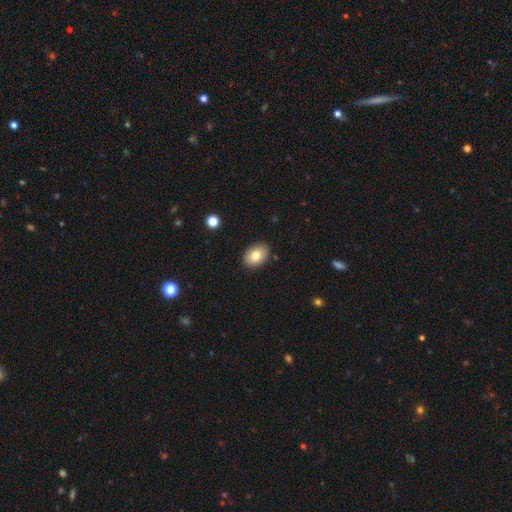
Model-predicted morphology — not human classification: smooth_or_featured: smooth (p=0.80) [alt: featured or disk p=0.12]
how_rounded: in between (p=0.76) [alt: round p=0.24]
merging: none (p=0.88) [alt: minor disturbance p=0.09]